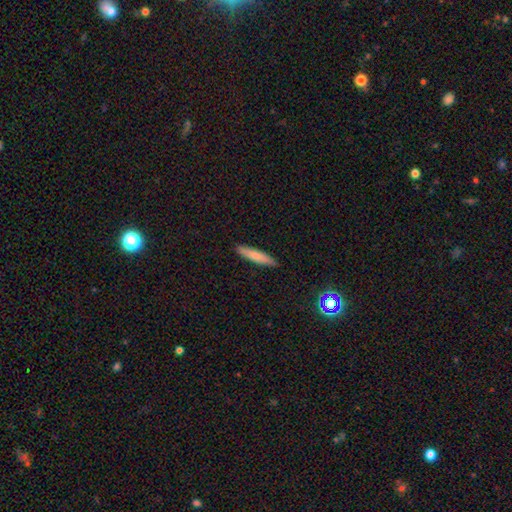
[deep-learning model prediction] smooth 79%, featured or disk 15%, star or artifact 6%. Down the decision tree: how rounded — cigar-shaped (88%); merging — none (90%).